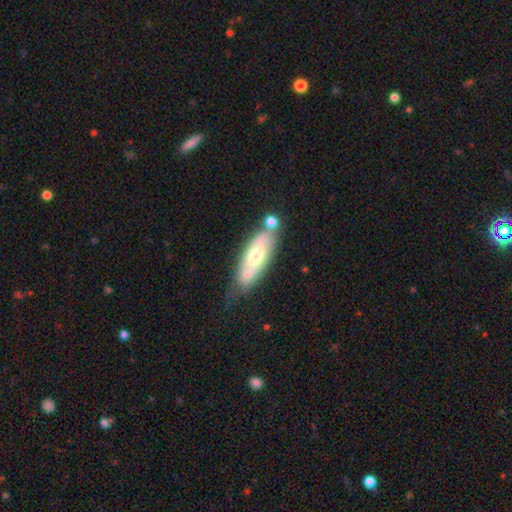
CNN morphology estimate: smooth_or_featured: featured or disk (p=0.54) [alt: smooth p=0.40]
disk_edge_on: no (p=0.71) [alt: yes p=0.29]
merging: none (p=0.51) [alt: minor disturbance p=0.21]